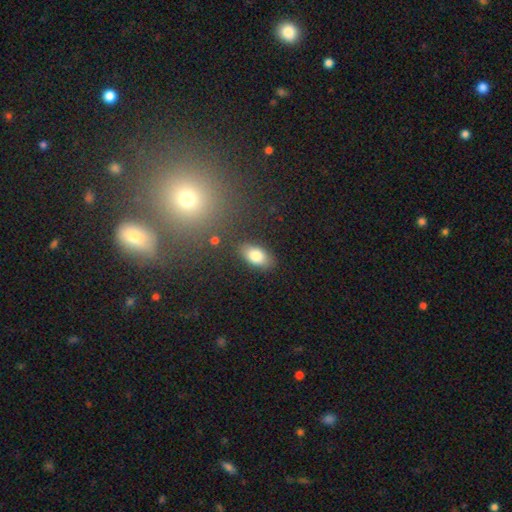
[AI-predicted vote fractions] Smooth or featured: smooth — 82% (featured or disk — 10%)
How rounded: in between — 91% (round — 6%)
Merging: none — 84% (minor disturbance — 11%)